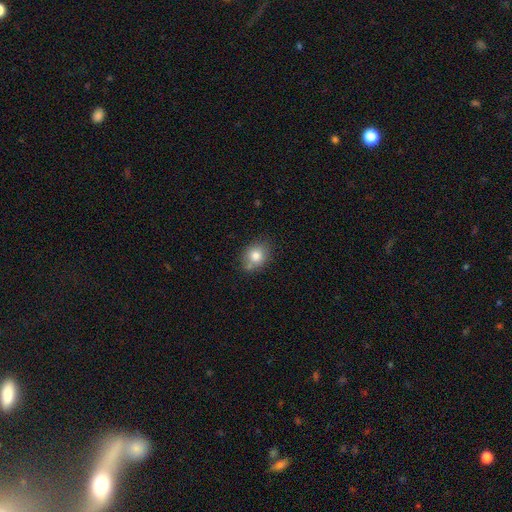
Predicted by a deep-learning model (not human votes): A smooth galaxy with no disk features (80%) that is round (58%).

Vote fractions:
- Smooth or featured? smooth: 80% / featured or disk: 10% / star or artifact: 10%
- How rounded? round: 58% / in between: 41% / cigar-shaped: 1%
- Merging? none: 71% / minor disturbance: 17% / merger: 8% / major disturbance: 4%